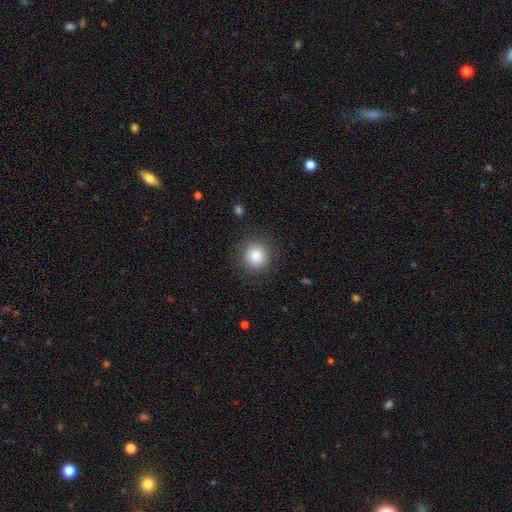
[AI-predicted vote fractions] Smooth or featured? smooth (85%)
How rounded? round (90%)
Merging? none (88%)